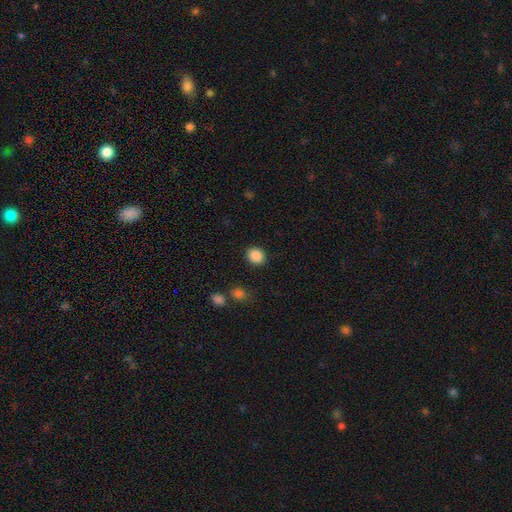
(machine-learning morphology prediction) A smooth galaxy with no disk features (88%) that is round (71%). Merging: none (88%).